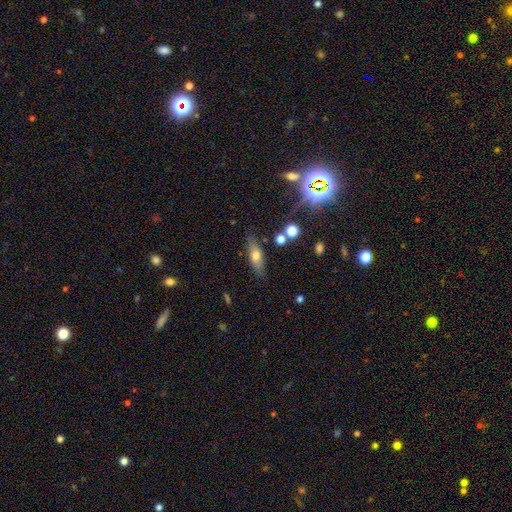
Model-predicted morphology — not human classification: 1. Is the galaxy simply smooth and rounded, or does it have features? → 61% smooth, 31% featured or disk, 9% star or artifact.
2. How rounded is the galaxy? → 54% in between, 42% cigar-shaped, 4% round.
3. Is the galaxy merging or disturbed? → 80% none, 13% minor disturbance, 4% merger, 3% major disturbance.